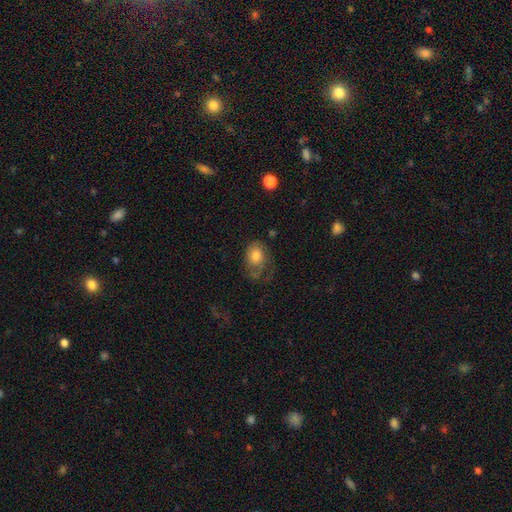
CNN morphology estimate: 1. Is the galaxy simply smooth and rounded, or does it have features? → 54% smooth, 38% featured or disk, 9% star or artifact.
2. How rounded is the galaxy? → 71% in between, 28% round, 1% cigar-shaped.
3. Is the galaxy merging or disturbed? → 40% none, 31% major disturbance, 27% minor disturbance, 2% merger.